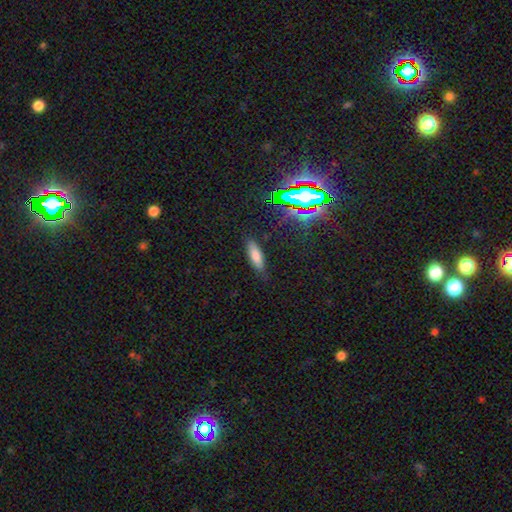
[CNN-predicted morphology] Smooth or featured: smooth — 75% (star or artifact — 13%)
How rounded: in between — 56% (cigar-shaped — 42%)
Merging: none — 82% (minor disturbance — 13%)